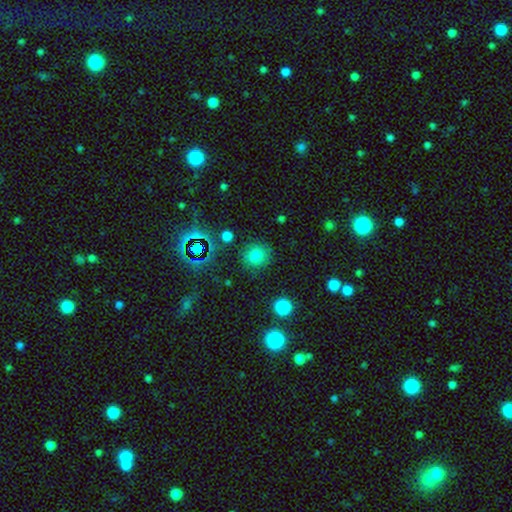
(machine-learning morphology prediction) Smooth or featured: smooth — 74% (star or artifact — 18%)
How rounded: round — 88% (in between — 11%)
Merging: none — 84% (minor disturbance — 10%)